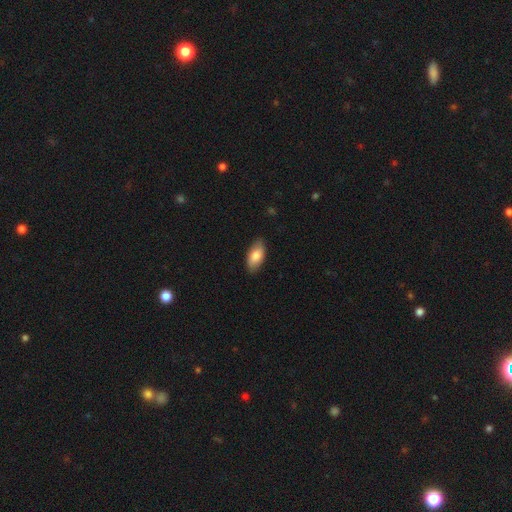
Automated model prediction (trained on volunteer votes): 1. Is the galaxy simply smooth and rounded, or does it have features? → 80% smooth, 14% featured or disk, 6% star or artifact.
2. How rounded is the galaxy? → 91% in between, 6% cigar-shaped, 2% round.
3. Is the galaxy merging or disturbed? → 86% none, 11% minor disturbance, 2% major disturbance, 1% merger.